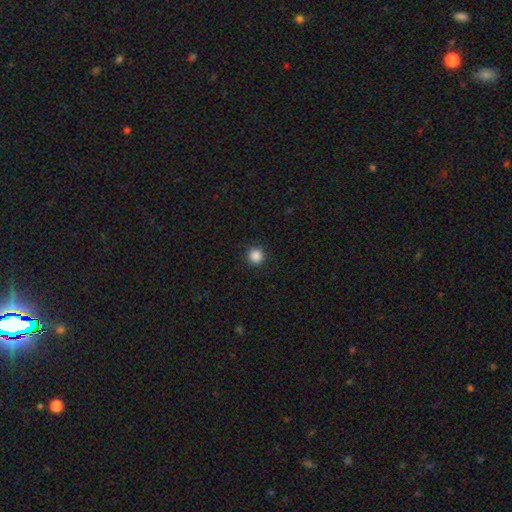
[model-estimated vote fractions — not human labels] The model was most divided on "smooth or featured": smooth: 87%, star or artifact: 11%, featured or disk: 2%. More confident: how rounded — round (95%); merging — none (92%).